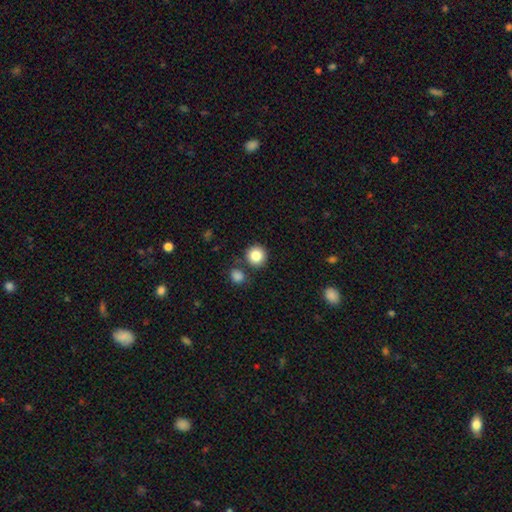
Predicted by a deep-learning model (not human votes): This appears to be a smooth galaxy with no disk features (85%) that is round (92%). Merging: none (79%).